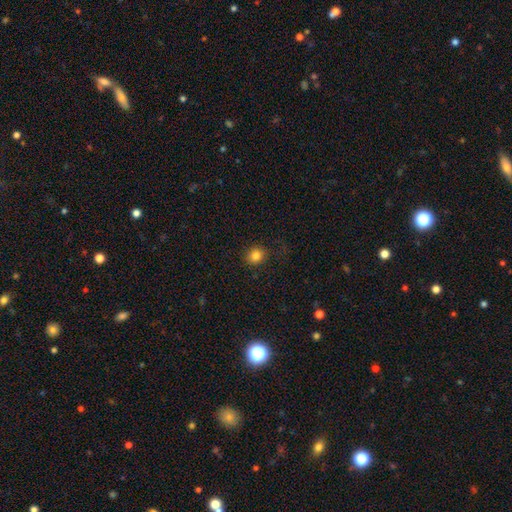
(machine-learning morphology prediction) Smooth or featured?
  - smooth: 82% *
  - star or artifact: 12%
  - featured or disk: 6%
How rounded?
  - round: 82% *
  - in between: 17%
  - cigar-shaped: 1%
Merging?
  - none: 86% *
  - minor disturbance: 9%
  - major disturbance: 3%
  - merger: 1%